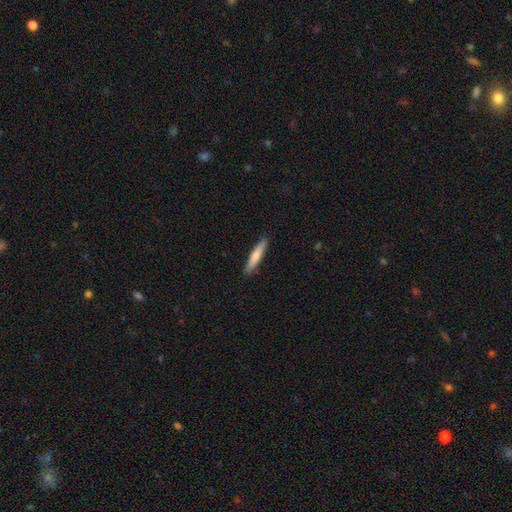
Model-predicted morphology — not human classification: Smooth or featured? Predicted: smooth (p=0.72). How rounded? Predicted: cigar-shaped (p=0.90). Merging? Predicted: none (p=0.90).